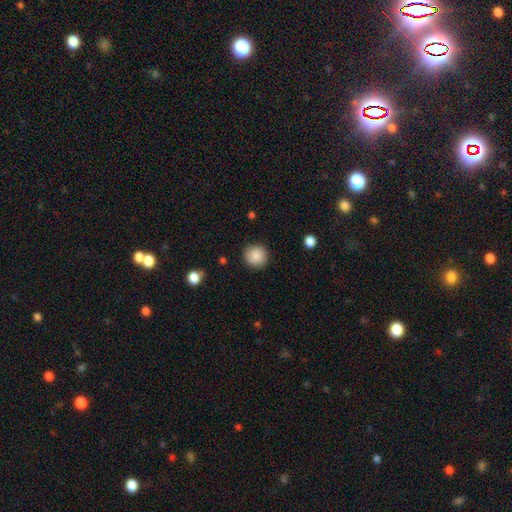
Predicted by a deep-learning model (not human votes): Q: Smooth or featured?
A: smooth (87%); runner-up: star or artifact (9%)
Q: How rounded?
A: round (93%); runner-up: in between (6%)
Q: Merging?
A: none (89%); runner-up: minor disturbance (7%)